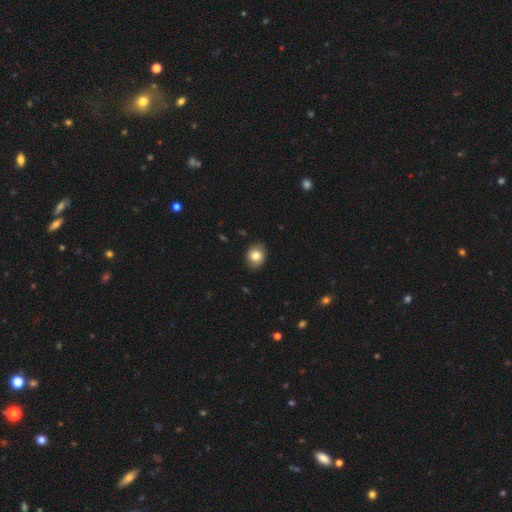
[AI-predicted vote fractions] Smooth or featured? smooth (81%)
How rounded? round (52%)
Merging? none (85%)